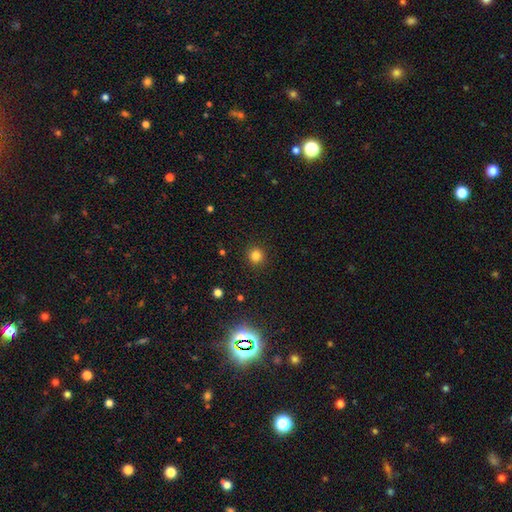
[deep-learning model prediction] A smooth galaxy with no disk features (80%) that is round (94%).

Vote fractions:
- Smooth or featured? smooth: 80% / star or artifact: 15% / featured or disk: 5%
- How rounded? round: 94% / in between: 5% / cigar-shaped: 1%
- Merging? none: 92% / minor disturbance: 5% / major disturbance: 2% / merger: 1%